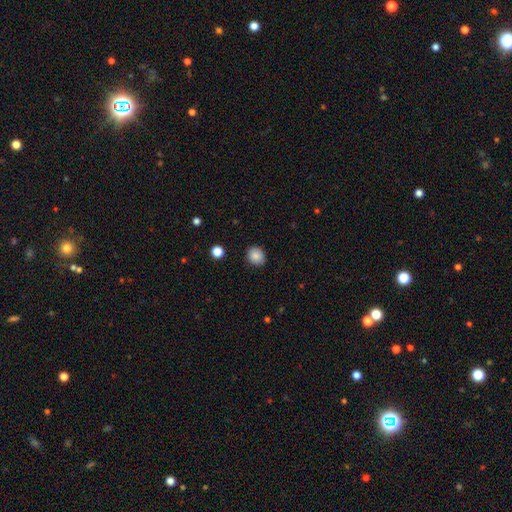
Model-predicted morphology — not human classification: Q: Smooth or featured?
A: smooth (86%); runner-up: star or artifact (9%)
Q: How rounded?
A: round (74%); runner-up: in between (25%)
Q: Merging?
A: none (89%); runner-up: minor disturbance (8%)